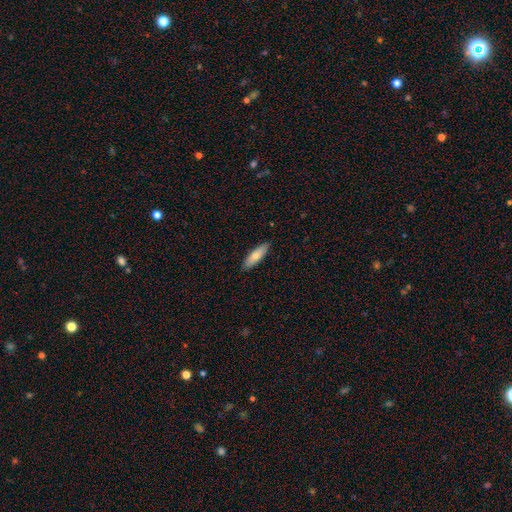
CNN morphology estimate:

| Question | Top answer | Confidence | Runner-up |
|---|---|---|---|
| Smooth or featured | smooth | 73% | featured or disk (21%) |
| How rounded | cigar-shaped | 52% | in between (46%) |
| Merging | none | 89% | minor disturbance (9%) |